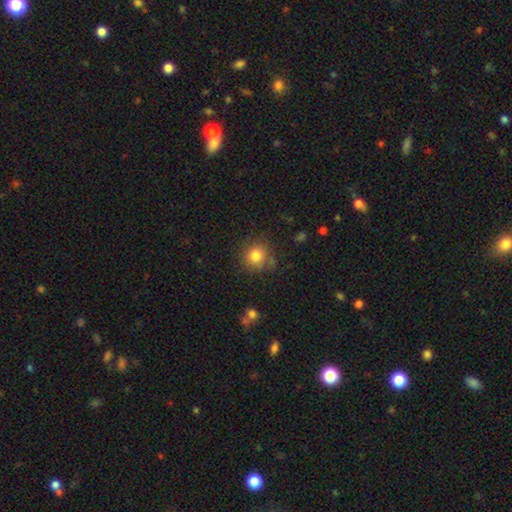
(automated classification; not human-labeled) Q: Smooth or featured?
A: smooth (81%); runner-up: star or artifact (12%)
Q: How rounded?
A: round (89%); runner-up: in between (10%)
Q: Merging?
A: none (80%); runner-up: minor disturbance (13%)